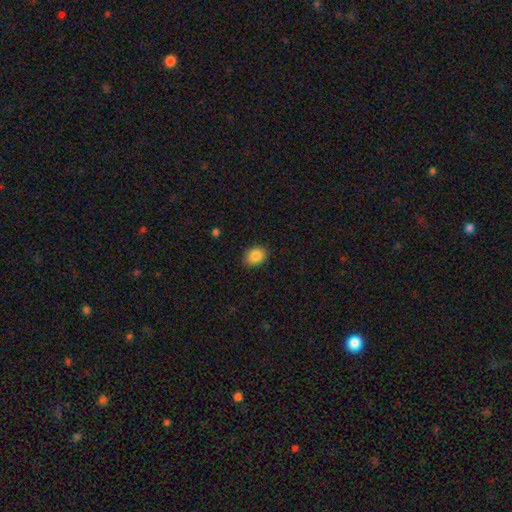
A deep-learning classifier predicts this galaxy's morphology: smooth 87%, star or artifact 8%, featured or disk 5%. Down the decision tree: how rounded — in between (65%); merging — none (87%).